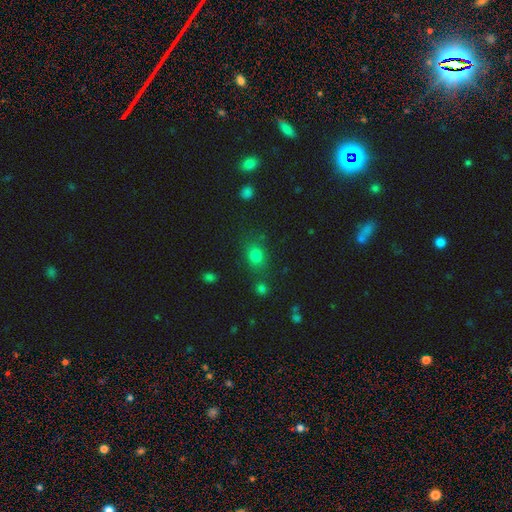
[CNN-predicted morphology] This is likely a smooth galaxy (78%). How rounded: possibly round (52%). Merging: likely none (74%).